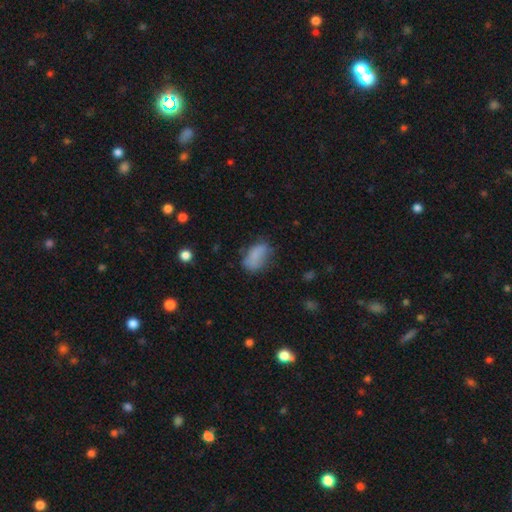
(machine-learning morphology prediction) Smooth or featured? Predicted: smooth (p=0.78). How rounded? Predicted: in between (p=0.90). Merging? Predicted: none (p=0.54).